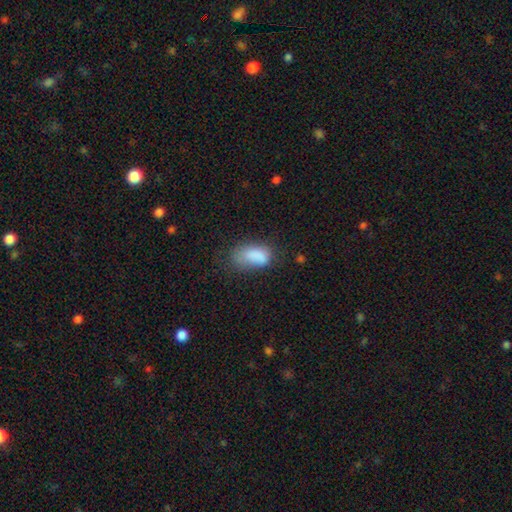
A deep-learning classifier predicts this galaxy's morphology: A smooth galaxy with no disk features (82%) that is in between round and cigar-shaped (92%).

Vote fractions:
- Smooth or featured? smooth: 82% / featured or disk: 9% / star or artifact: 9%
- How rounded? in between: 92% / round: 5% / cigar-shaped: 3%
- Merging? none: 43% / minor disturbance: 32% / major disturbance: 21% / merger: 3%